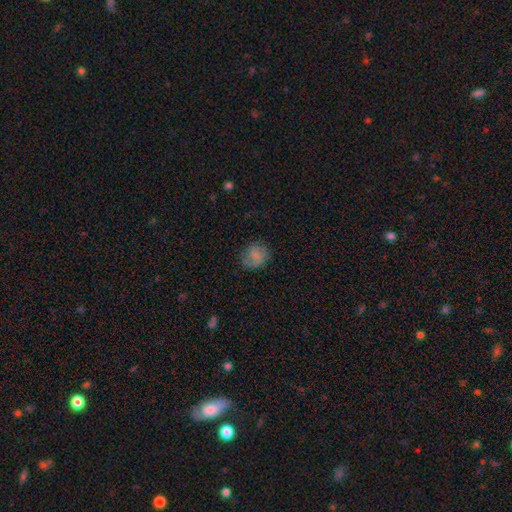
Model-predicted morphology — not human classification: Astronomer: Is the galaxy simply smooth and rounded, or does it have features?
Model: smooth — 73%.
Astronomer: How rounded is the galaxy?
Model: round — 78%.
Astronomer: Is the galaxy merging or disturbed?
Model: none — 71%.